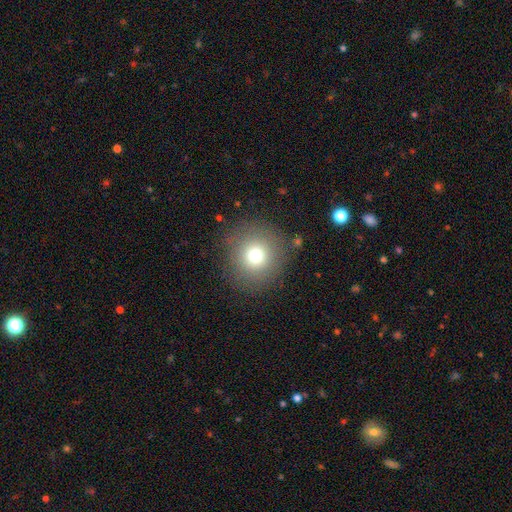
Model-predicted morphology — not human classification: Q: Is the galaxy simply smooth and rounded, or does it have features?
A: smooth — 72%.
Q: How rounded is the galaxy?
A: round — 93%.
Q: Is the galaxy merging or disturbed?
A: none — 88%.